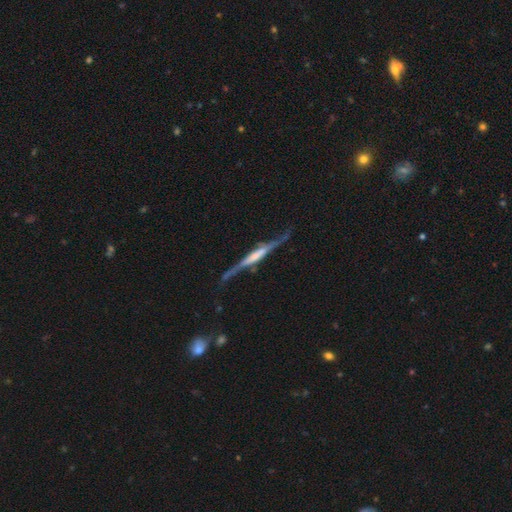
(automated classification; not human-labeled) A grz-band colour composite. It shows a featured or disk galaxy (77%) viewed edge-on (88%) with a boxy central bulge (52%). Merging: none (57%).